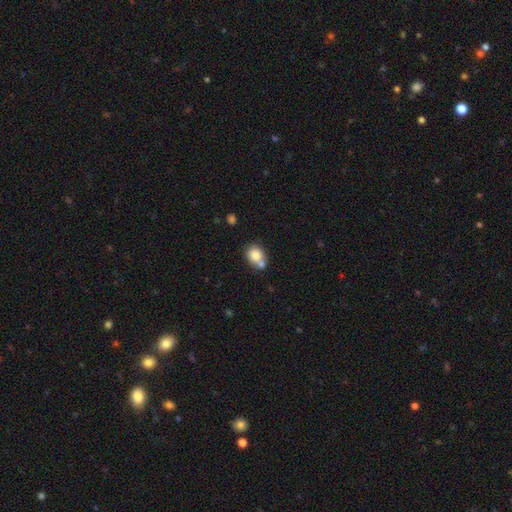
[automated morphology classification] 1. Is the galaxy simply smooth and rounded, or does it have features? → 81% smooth, 10% featured or disk, 9% star or artifact.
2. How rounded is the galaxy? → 68% round, 31% in between, 1% cigar-shaped.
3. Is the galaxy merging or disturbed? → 48% none, 37% merger, 12% minor disturbance, 4% major disturbance.